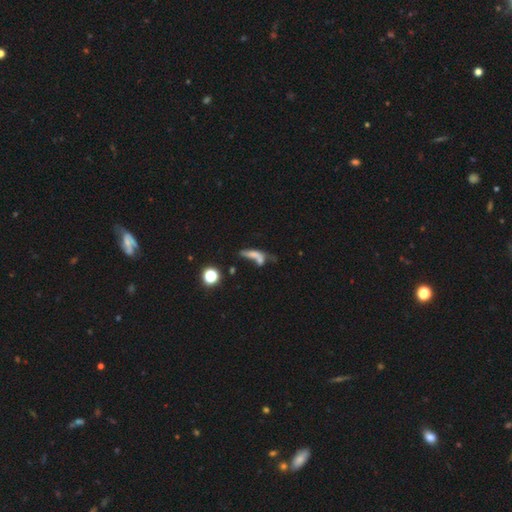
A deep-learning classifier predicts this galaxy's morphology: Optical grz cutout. It shows a smooth galaxy with no disk features (53%) that is cigar-shaped (52%). Merging: merger (39%).